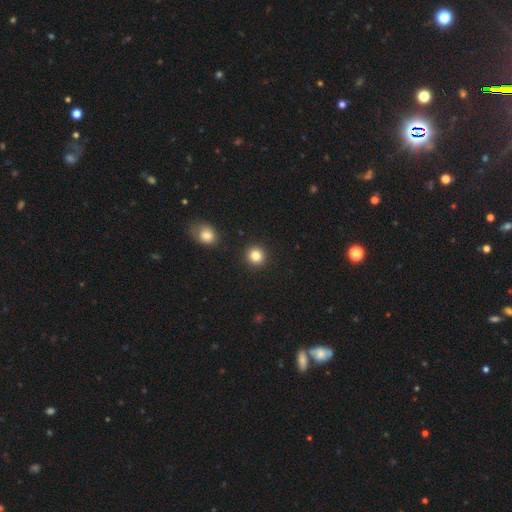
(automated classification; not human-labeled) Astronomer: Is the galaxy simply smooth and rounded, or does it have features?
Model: smooth — 84%.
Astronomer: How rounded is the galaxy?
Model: round — 94%.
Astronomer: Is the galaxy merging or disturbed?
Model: none — 91%.